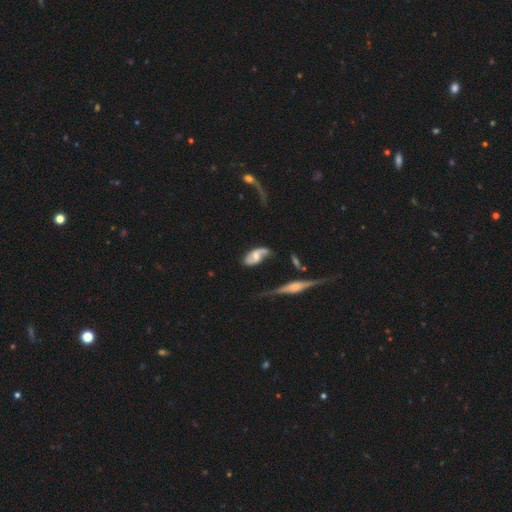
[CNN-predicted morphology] Q: Smooth or featured?
A: featured or disk (67%); runner-up: smooth (27%)
Q: Edge-on disk?
A: no (91%); runner-up: yes (9%)
Q: Bar?
A: no (57%); runner-up: weak (32%)
Q: Spiral arms?
A: yes (84%); runner-up: no (16%)
Q: Spiral winding?
A: loose (55%); runner-up: medium (30%)
Q: Spiral arm count?
A: 2 (79%); runner-up: 1 (10%)
Q: Bulge size?
A: moderate (56%); runner-up: small (31%)
Q: Merging?
A: none (47%); runner-up: minor disturbance (27%)